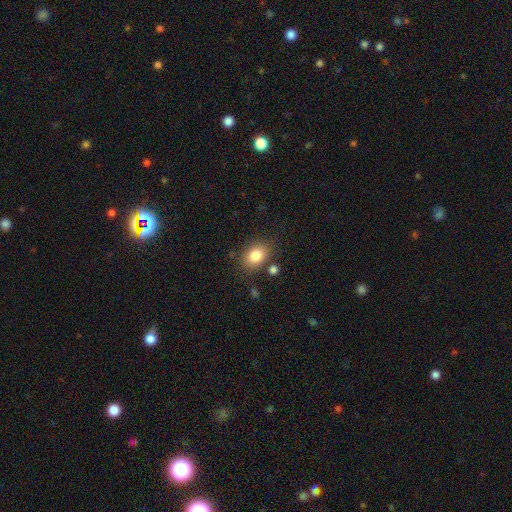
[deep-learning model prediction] A smooth galaxy with no disk features (83%) that is in between round and cigar-shaped (70%).

Vote fractions:
- Smooth or featured? smooth: 83% / star or artifact: 9% / featured or disk: 8%
- How rounded? in between: 70% / round: 29% / cigar-shaped: 1%
- Merging? none: 76% / minor disturbance: 13% / merger: 6% / major disturbance: 4%